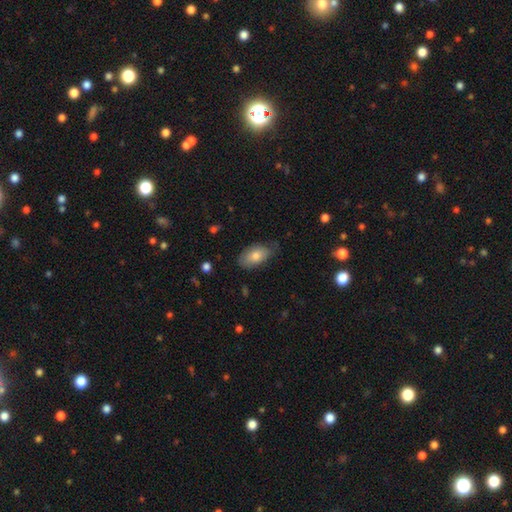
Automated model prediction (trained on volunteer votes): Q: Smooth or featured?
A: smooth (77%); runner-up: featured or disk (16%)
Q: How rounded?
A: in between (93%); runner-up: round (4%)
Q: Merging?
A: none (68%); runner-up: minor disturbance (25%)